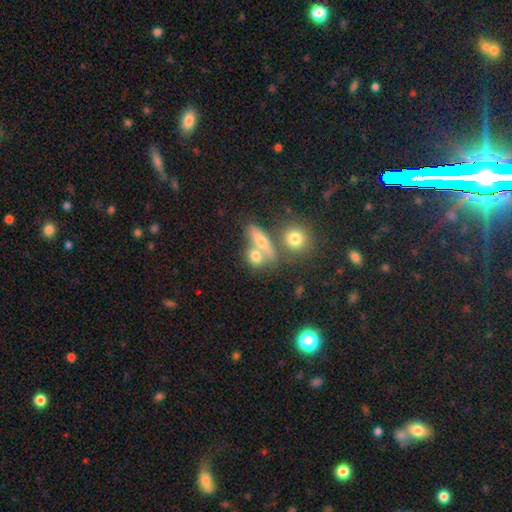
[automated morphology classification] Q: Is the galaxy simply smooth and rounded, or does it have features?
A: smooth — 68%.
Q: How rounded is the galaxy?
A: in between — 43%, tied with round.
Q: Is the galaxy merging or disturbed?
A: none — 43%.